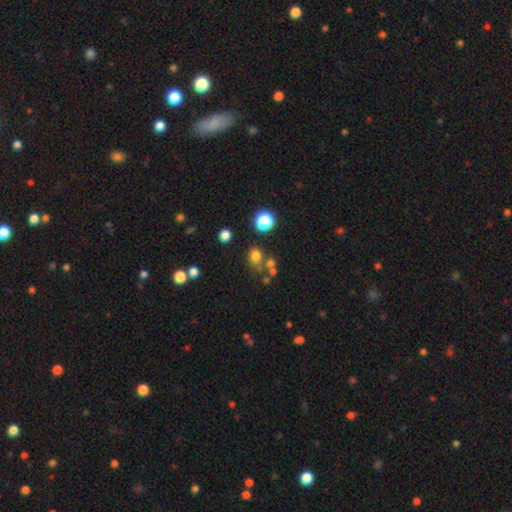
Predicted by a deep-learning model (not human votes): smooth-or-featured: smooth: 71% | star or artifact: 20% | featured or disk: 9%
  how-rounded: round: 73% | in between: 26% | cigar-shaped: 1%
  merging: none: 58% | merger: 20% | minor disturbance: 14% | major disturbance: 8%